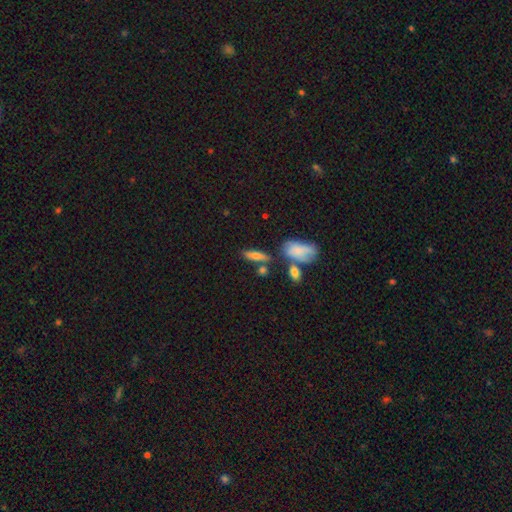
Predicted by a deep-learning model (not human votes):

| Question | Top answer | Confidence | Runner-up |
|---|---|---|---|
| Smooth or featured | smooth | 67% | featured or disk (24%) |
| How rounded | cigar-shaped | 50% | in between (45%) |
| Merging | none | 67% | merger (14%) |